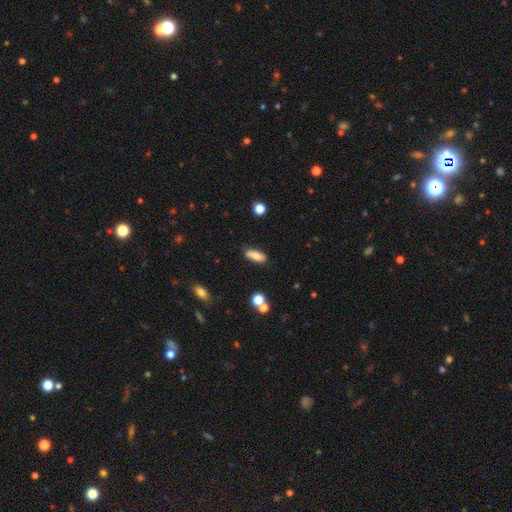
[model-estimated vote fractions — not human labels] Smooth or featured: smooth — 74% (featured or disk — 18%)
How rounded: in between — 68% (cigar-shaped — 29%)
Merging: none — 75% (minor disturbance — 17%)